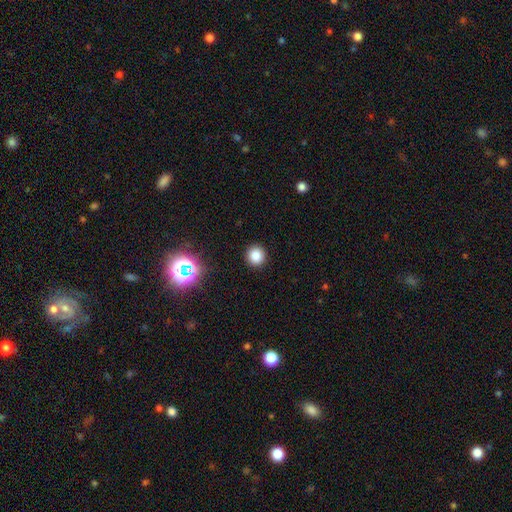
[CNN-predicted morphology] A smooth galaxy with no disk features (81%) that is round (91%). Merging: none (91%).